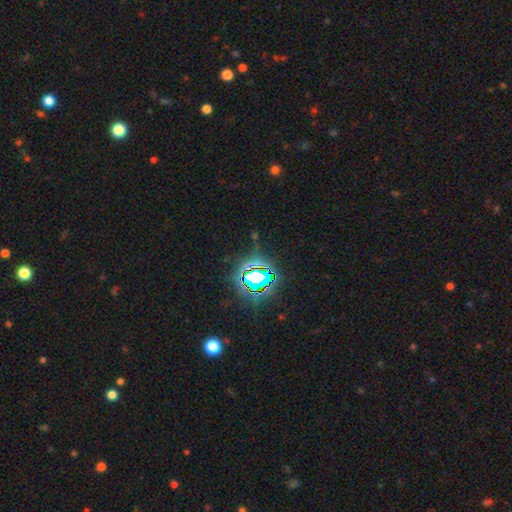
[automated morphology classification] Smooth or featured? Predicted: star or artifact (p=0.81).